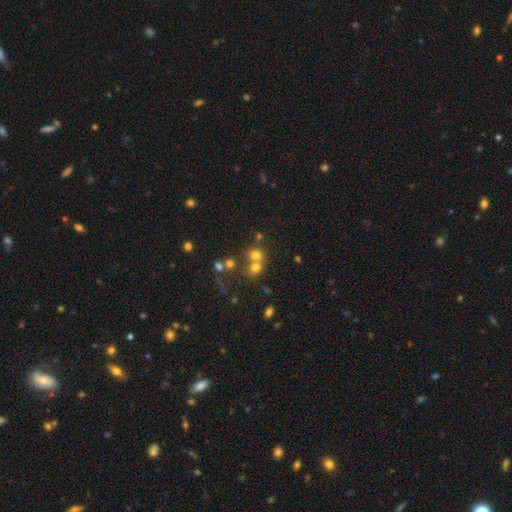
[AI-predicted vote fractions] Smooth or featured? Predicted: smooth (p=0.67). How rounded? Predicted: round (p=0.81). Merging? Predicted: merger (p=0.45).